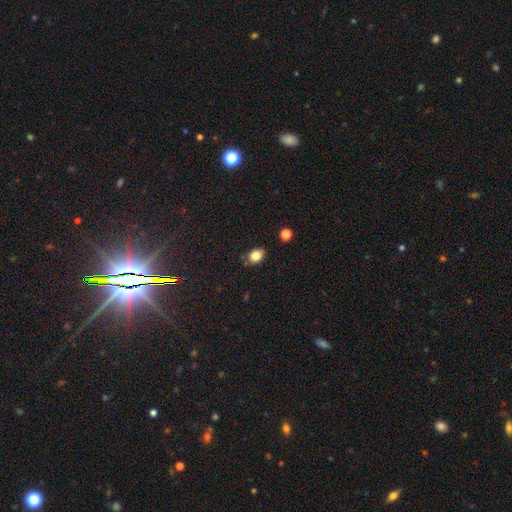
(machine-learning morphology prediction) type=smooth (82%); roundness=in between (61%); merging=none (78%).